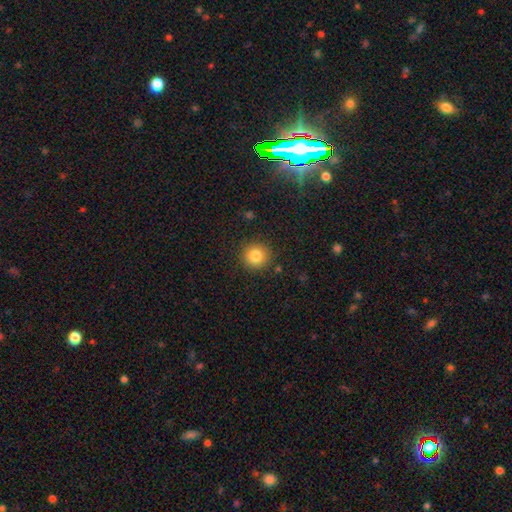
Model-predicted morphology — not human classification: smooth 83%, star or artifact 11%, featured or disk 6%. Down the decision tree: how rounded — round (94%); merging — none (90%).